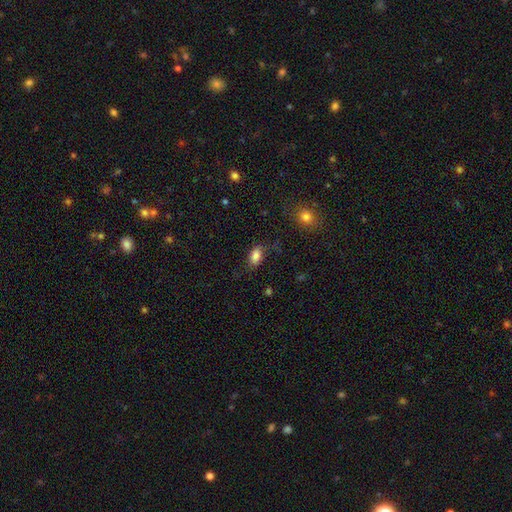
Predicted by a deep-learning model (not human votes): smooth-or-featured: smooth: 83% | star or artifact: 9% | featured or disk: 8%
  how-rounded: in between: 89% | round: 8% | cigar-shaped: 3%
  merging: none: 70% | minor disturbance: 21% | major disturbance: 7% | merger: 2%